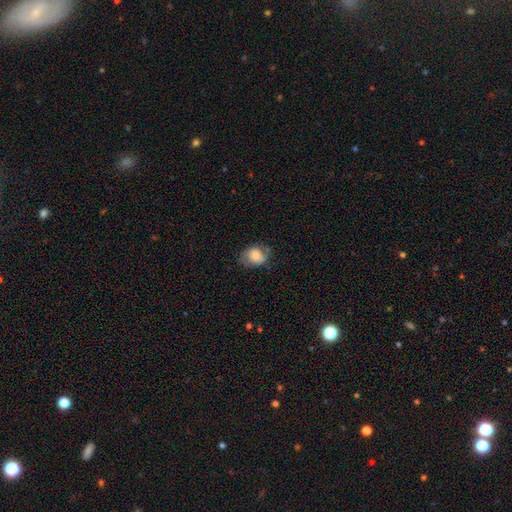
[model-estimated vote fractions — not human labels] A smooth galaxy with no disk features (66%) that is in between round and cigar-shaped (53%).

Vote fractions:
- Smooth or featured? smooth: 66% / featured or disk: 26% / star or artifact: 8%
- How rounded? in between: 53% / round: 46% / cigar-shaped: 1%
- Merging? none: 56% / minor disturbance: 28% / major disturbance: 13% / merger: 2%